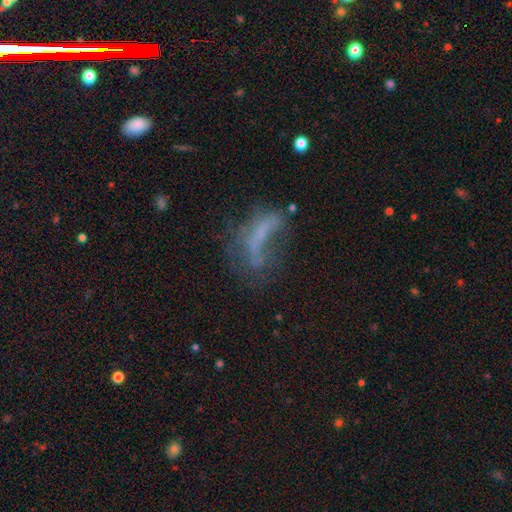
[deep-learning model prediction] The model was most divided on "smooth or featured": featured or disk: 43%, smooth: 39%, star or artifact: 18%. Remaining: merging — major disturbance (41%).